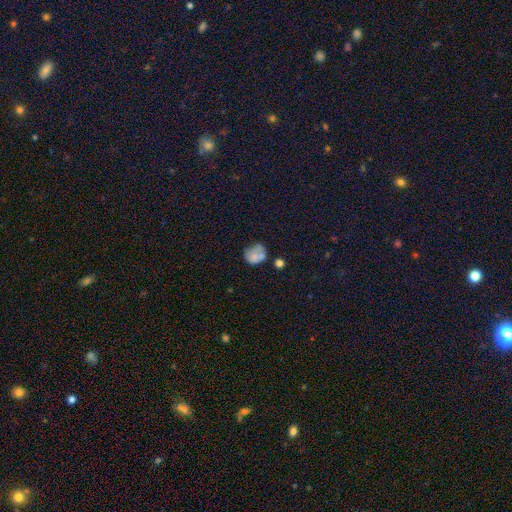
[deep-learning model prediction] The model was most divided on "merging": none: 43%, minor disturbance: 26%, major disturbance: 16%, merger: 16%. More confident: smooth or featured — smooth (64%); how rounded — round (64%).